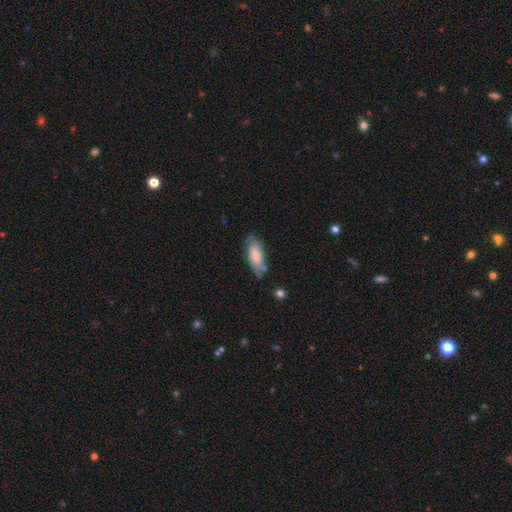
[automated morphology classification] This is likely a smooth galaxy (71%). How rounded: likely in between (76%). Merging: likely none (68%).